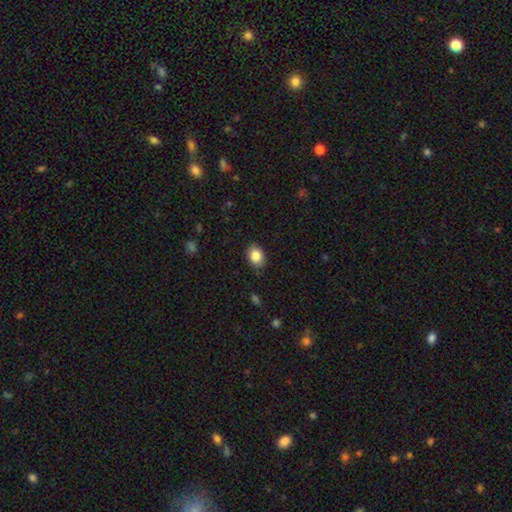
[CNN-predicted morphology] A smooth galaxy with no disk features (86%) that is in between round and cigar-shaped (64%). Merging: none (86%).